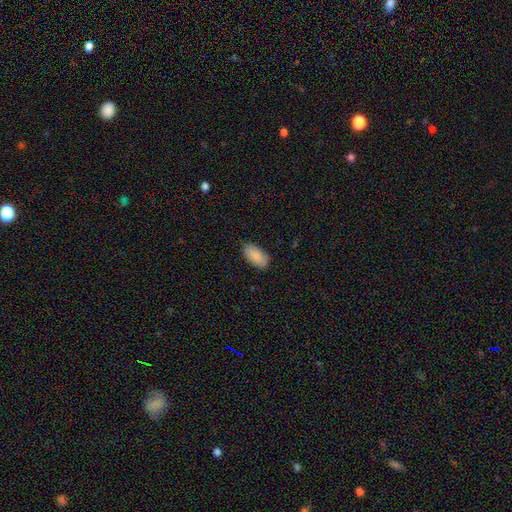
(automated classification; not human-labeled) Smooth or featured?
  - smooth: 87% *
  - featured or disk: 6%
  - star or artifact: 6%
How rounded?
  - in between: 94% *
  - cigar-shaped: 4%
  - round: 2%
Merging?
  - none: 81% *
  - minor disturbance: 16%
  - major disturbance: 3%
  - merger: 1%